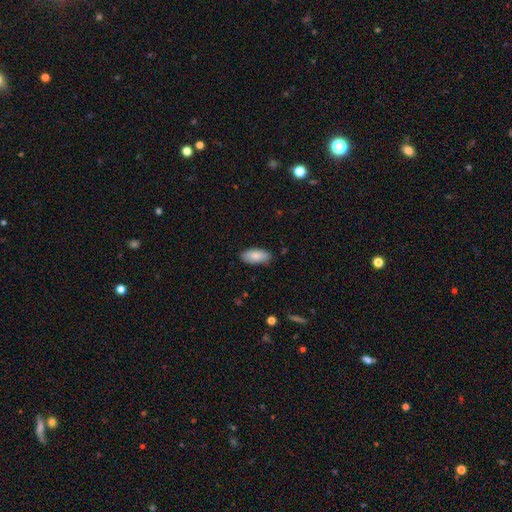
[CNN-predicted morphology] Q: Smooth or featured?
A: smooth (85%); runner-up: featured or disk (9%)
Q: How rounded?
A: in between (90%); runner-up: cigar-shaped (8%)
Q: Merging?
A: none (85%); runner-up: minor disturbance (12%)